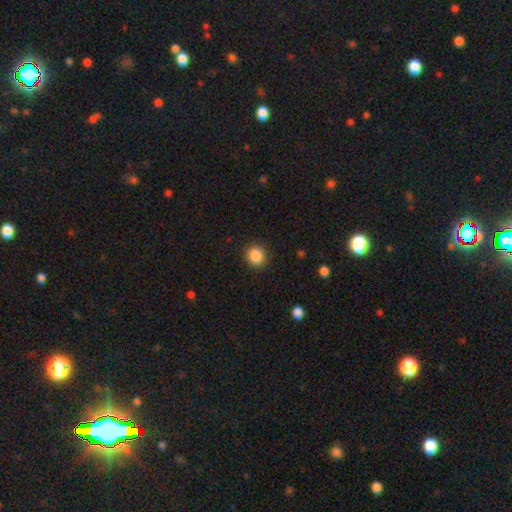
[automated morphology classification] Smooth or featured? smooth (87%)
How rounded? round (80%)
Merging? none (89%)